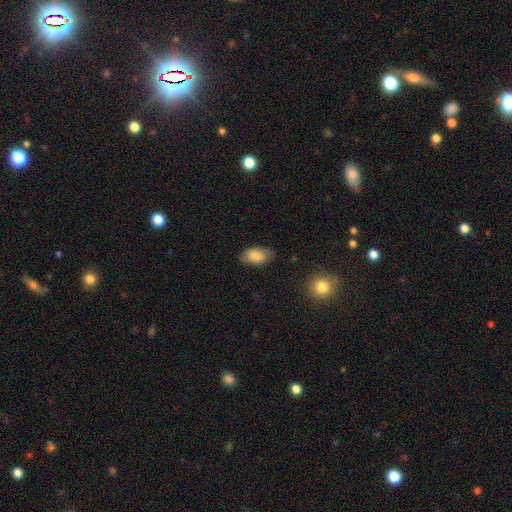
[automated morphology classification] Smooth or featured? Predicted: smooth (p=0.71). How rounded? Predicted: in between (p=0.92). Merging? Predicted: none (p=0.71).